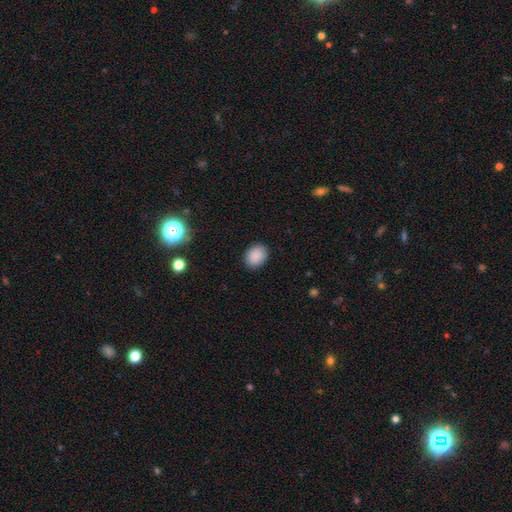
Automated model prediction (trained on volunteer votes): Q: Smooth or featured?
A: smooth (89%); runner-up: star or artifact (8%)
Q: How rounded?
A: in between (59%); runner-up: round (40%)
Q: Merging?
A: none (87%); runner-up: minor disturbance (10%)